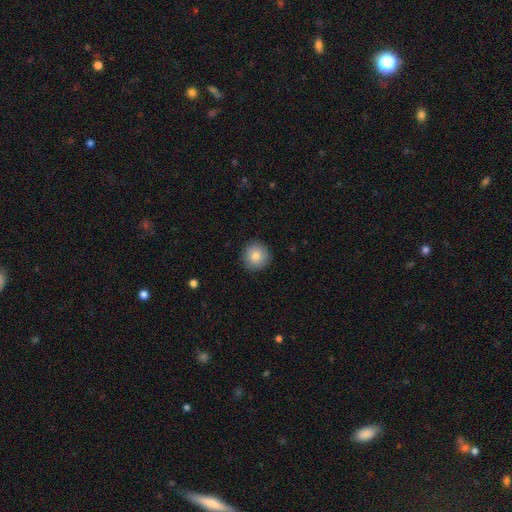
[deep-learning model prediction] Smooth or featured? smooth (83%)
How rounded? round (95%)
Merging? none (91%)